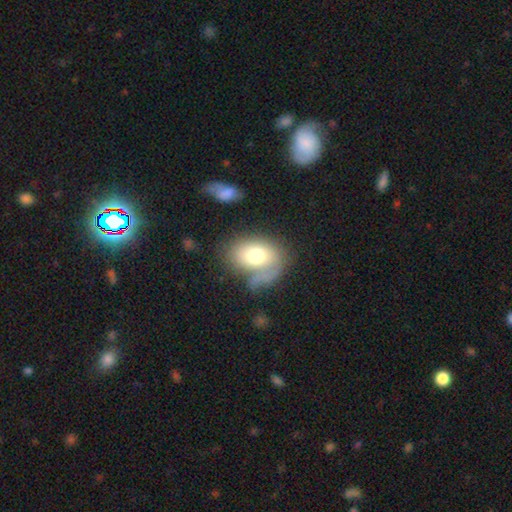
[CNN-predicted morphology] A smooth galaxy with no disk features (67%) that is in between round and cigar-shaped (72%). Merging: none (43%).